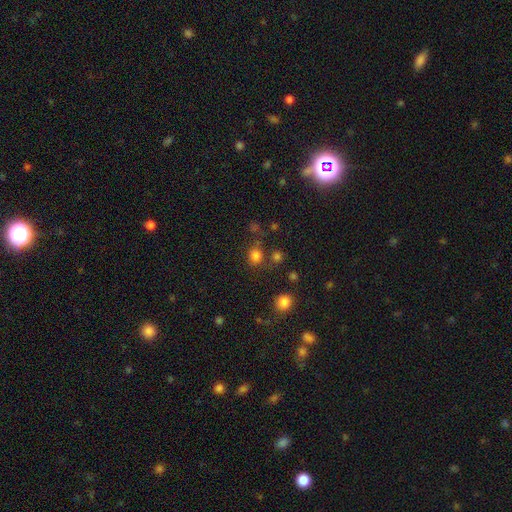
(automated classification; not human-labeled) Smooth or featured: smooth — 77% (star or artifact — 18%)
How rounded: round — 83% (in between — 16%)
Merging: none — 73% (merger — 11%)